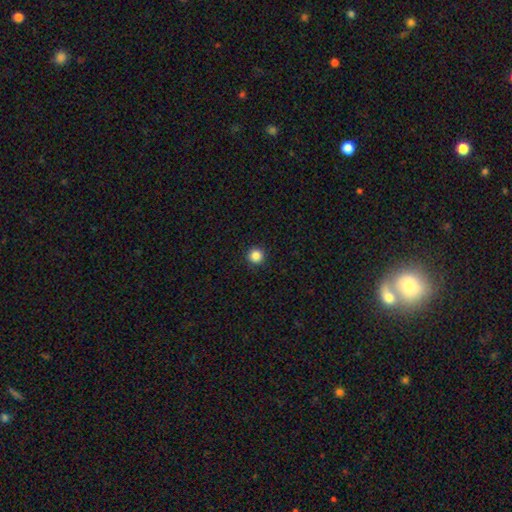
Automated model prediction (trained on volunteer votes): This is clearly a smooth galaxy (86%). How rounded: clearly round (96%). Merging: clearly none (93%).